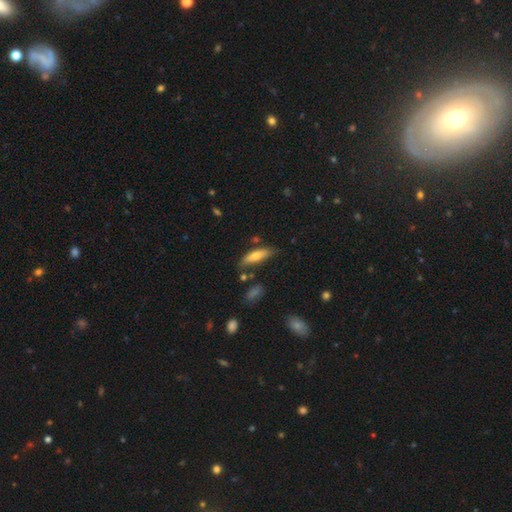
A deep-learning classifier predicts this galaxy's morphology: A smooth galaxy with no disk features (72%) that is cigar-shaped (51%).

Vote fractions:
- Smooth or featured? smooth: 72% / featured or disk: 22% / star or artifact: 6%
- How rounded? cigar-shaped: 51% / in between: 47% / round: 2%
- Merging? none: 66% / minor disturbance: 23% / merger: 6% / major disturbance: 5%